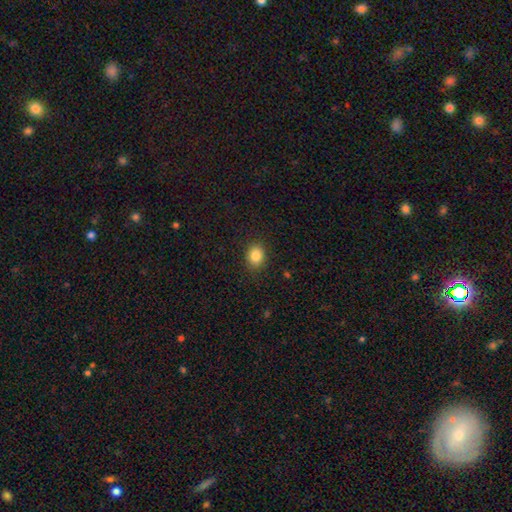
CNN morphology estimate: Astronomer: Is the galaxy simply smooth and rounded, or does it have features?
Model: smooth — 84%.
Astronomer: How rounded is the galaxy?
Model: round — 54% (runner-up: in between, 45%).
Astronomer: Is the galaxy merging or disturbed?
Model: none — 88%.